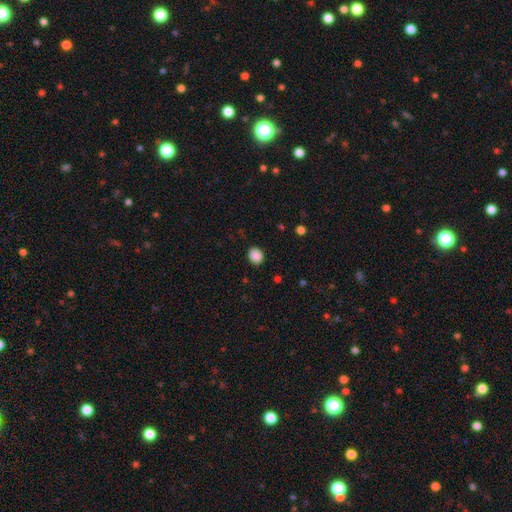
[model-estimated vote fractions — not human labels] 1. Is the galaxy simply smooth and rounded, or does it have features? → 88% smooth, 9% star or artifact, 3% featured or disk.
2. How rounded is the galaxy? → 67% round, 32% in between, 1% cigar-shaped.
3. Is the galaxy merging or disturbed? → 88% none, 9% minor disturbance, 2% major disturbance, 1% merger.